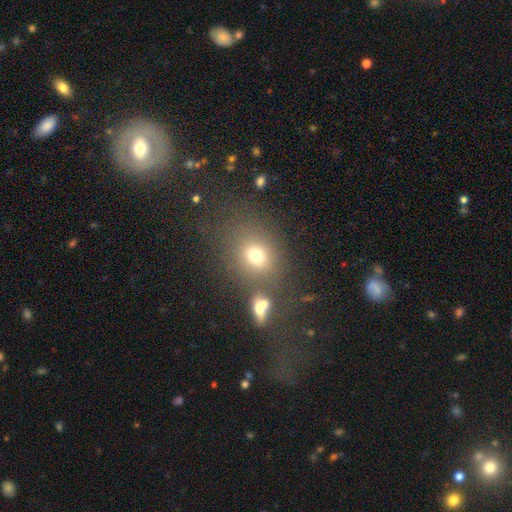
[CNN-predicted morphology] This is likely a smooth galaxy (71%). How rounded: likely round (63%). Merging: likely none (67%).